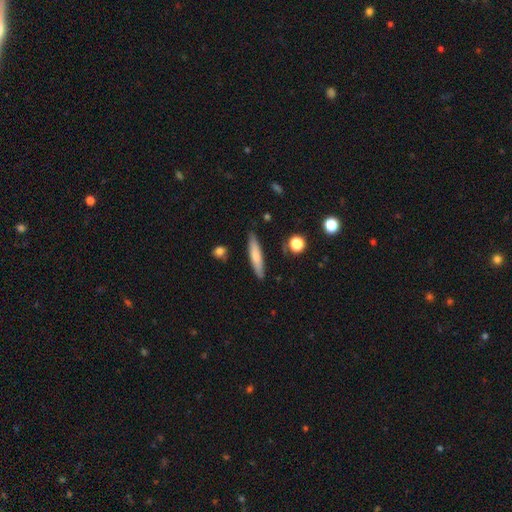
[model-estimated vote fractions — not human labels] Smooth or featured: smooth — 71% (featured or disk — 23%)
How rounded: cigar-shaped — 87% (in between — 12%)
Merging: none — 85% (minor disturbance — 10%)